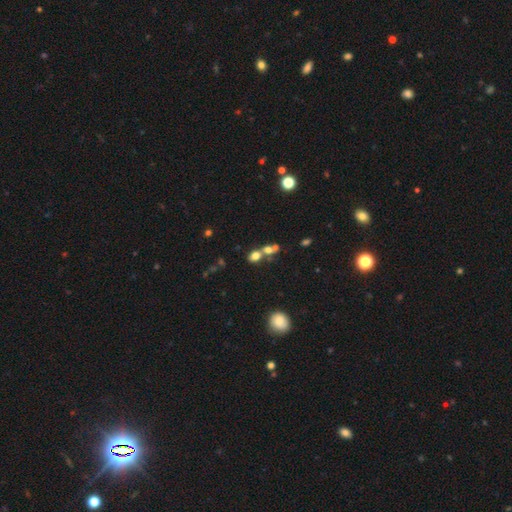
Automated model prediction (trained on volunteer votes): Q: Smooth or featured?
A: smooth (71%); runner-up: featured or disk (15%)
Q: How rounded?
A: in between (57%); runner-up: round (39%)
Q: Merging?
A: merger (57%); runner-up: none (30%)